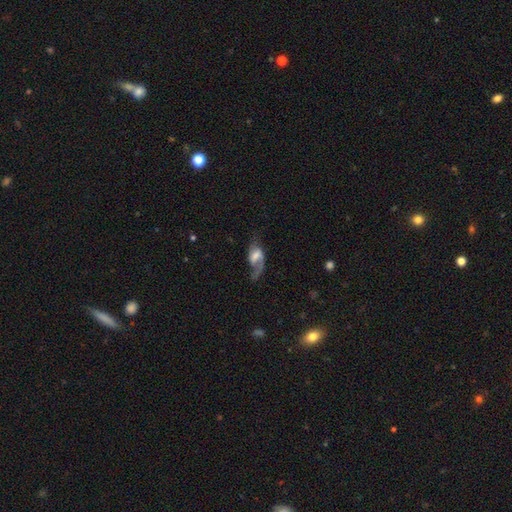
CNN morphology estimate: Smooth or featured? featured or disk (69%)
Edge-on disk? no (95%)
Bar? weak (48%)
Spiral arms? yes (88%)
Spiral winding? loose (58%)
Spiral arm count? 2 (55%)
Bulge size? moderate (33%)
Merging? none (43%)